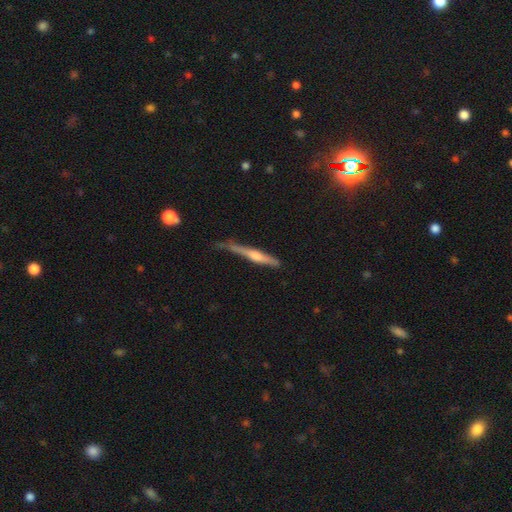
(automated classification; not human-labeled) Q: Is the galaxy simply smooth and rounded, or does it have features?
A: featured or disk — 63%.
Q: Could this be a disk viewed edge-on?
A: yes — 96%.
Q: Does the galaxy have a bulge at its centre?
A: rounded — 70%.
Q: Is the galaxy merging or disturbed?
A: none — 63%.